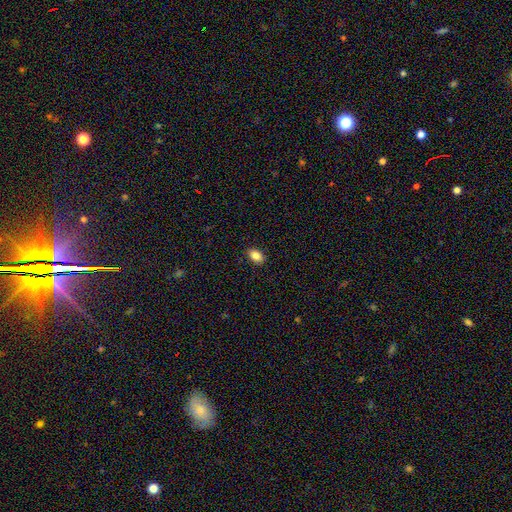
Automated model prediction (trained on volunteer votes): The model was most divided on "smooth or featured": smooth: 85%, star or artifact: 8%, featured or disk: 7%. More confident: how rounded — in between (91%); merging — none (89%).